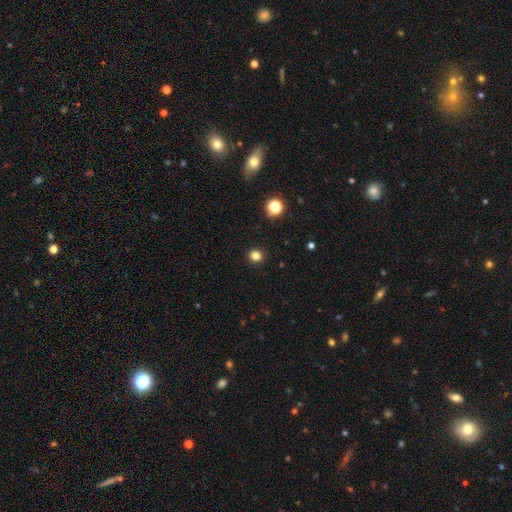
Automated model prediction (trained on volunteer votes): smooth_or_featured: smooth (p=0.81) [alt: star or artifact p=0.15]
how_rounded: round (p=0.92) [alt: in between p=0.07]
merging: none (p=0.93) [alt: minor disturbance p=0.05]